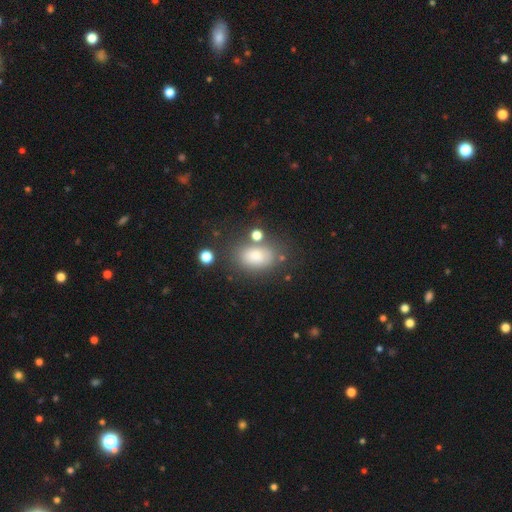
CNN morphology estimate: This is likely a smooth galaxy (77%). How rounded: clearly in between (82%). Merging: likely none (65%).